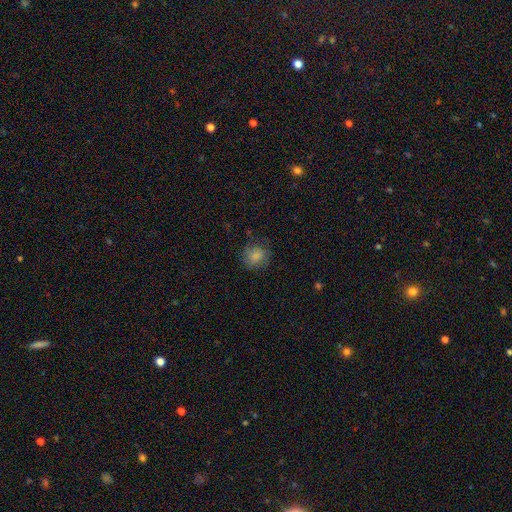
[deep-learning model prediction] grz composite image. It shows a smooth galaxy with no disk features (78%) that is round (80%). Merging: none (71%).